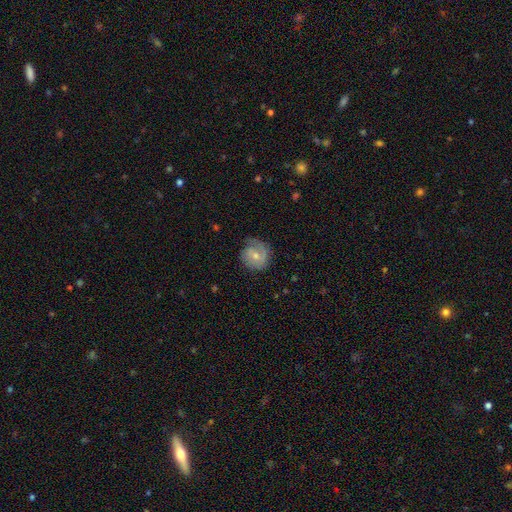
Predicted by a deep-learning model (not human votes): Smooth or featured?
  - featured or disk: 54% *
  - smooth: 39%
  - star or artifact: 7%
Edge-on disk?
  - no: 97% *
  - yes: 3%
Bar?
  - no: 59% *
  - weak: 35%
  - strong: 7%
Spiral arms?
  - yes: 80% *
  - no: 20%
Bulge size?
  - moderate: 49% *
  - small: 47%
  - large: 2%
  - none: 2%
  - dominant: 1%
Merging?
  - none: 62% *
  - minor disturbance: 24%
  - major disturbance: 12%
  - merger: 2%